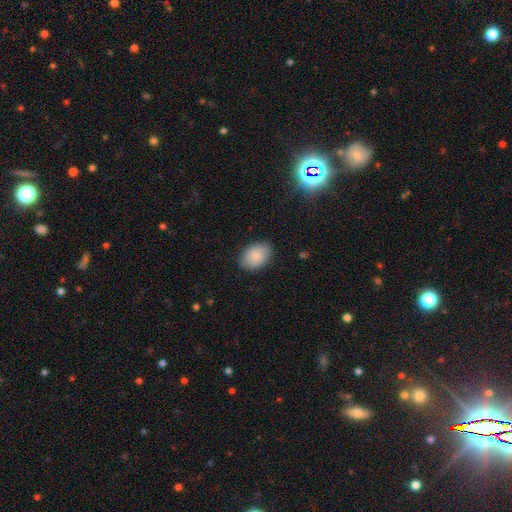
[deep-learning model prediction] This appears to be a smooth galaxy with no disk features (86%) that is in between round and cigar-shaped (84%). Merging: none (86%).